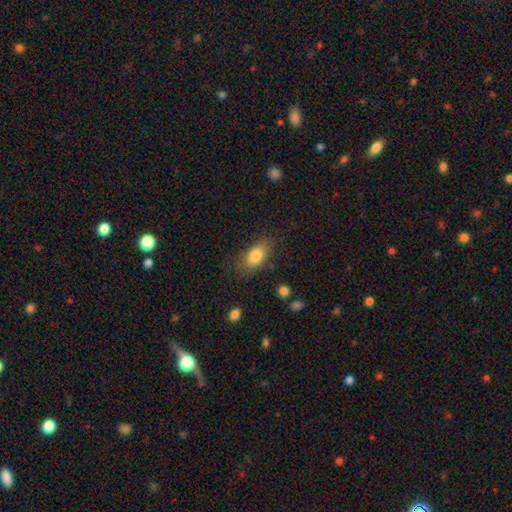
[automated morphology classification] A smooth galaxy with no disk features (82%) that is in between round and cigar-shaped (88%).

Vote fractions:
- Smooth or featured? smooth: 82% / featured or disk: 11% / star or artifact: 7%
- How rounded? in between: 88% / round: 6% / cigar-shaped: 6%
- Merging? none: 76% / minor disturbance: 17% / major disturbance: 6% / merger: 2%